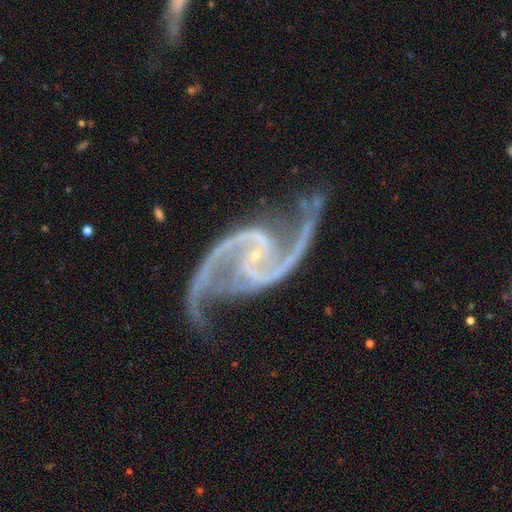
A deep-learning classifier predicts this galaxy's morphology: Smooth or featured? featured or disk (95%)
Edge-on disk? no (98%)
Bar? no (43%)
Spiral arms? yes (99%)
Spiral winding? medium (49%)
Spiral arm count? 2 (93%)
Bulge size? small (87%)
Merging? none (66%)